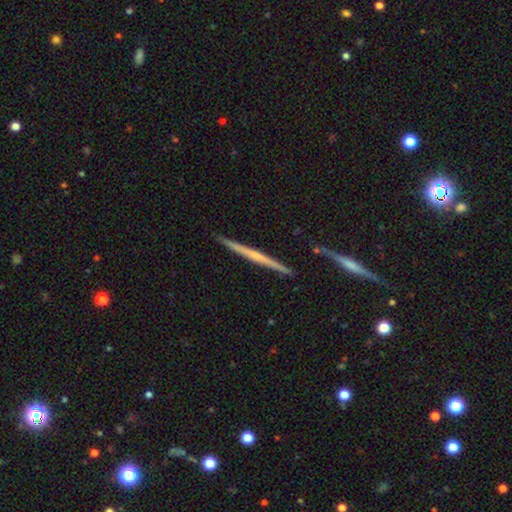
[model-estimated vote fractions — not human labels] smooth_or_featured: featured or disk (p=0.67) [alt: smooth p=0.27]
disk_edge_on: yes (p=0.98) [alt: no p=0.02]
edge_on_bulge: none (p=0.55) [alt: rounded p=0.36]
merging: none (p=0.87) [alt: minor disturbance p=0.08]